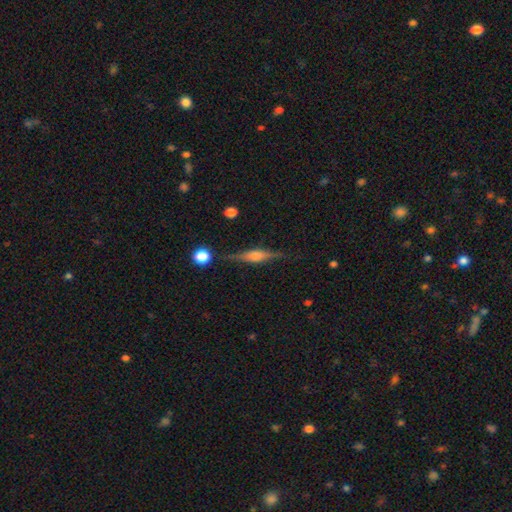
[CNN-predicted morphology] smooth-or-featured: featured or disk: 74% | smooth: 19% | star or artifact: 8%
  disk-edge-on: yes: 97% | no: 3%
    edge-on-bulge: rounded: 74% | boxy: 21% | none: 5%
  merging: none: 84% | minor disturbance: 11% | major disturbance: 3% | merger: 2%